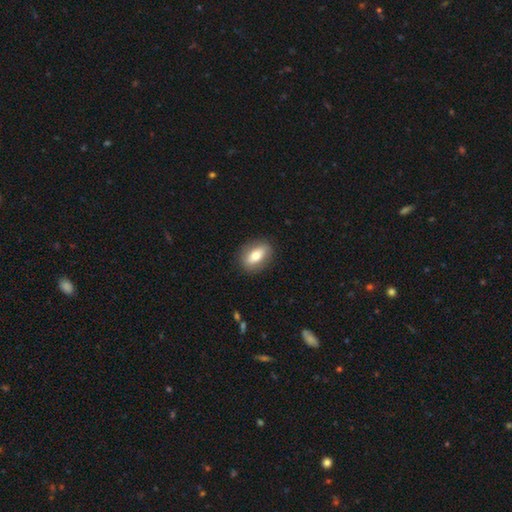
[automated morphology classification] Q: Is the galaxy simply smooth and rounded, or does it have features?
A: smooth — 69%.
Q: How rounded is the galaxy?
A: in between — 82%.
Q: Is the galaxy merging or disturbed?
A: none — 86%.